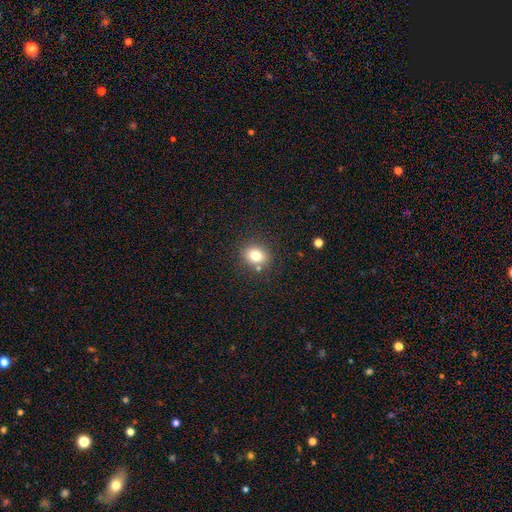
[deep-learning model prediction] The model was most divided on "how rounded": round: 60%, in between: 39%, cigar-shaped: 1%. More confident: merging — none (79%); smooth or featured — smooth (78%).